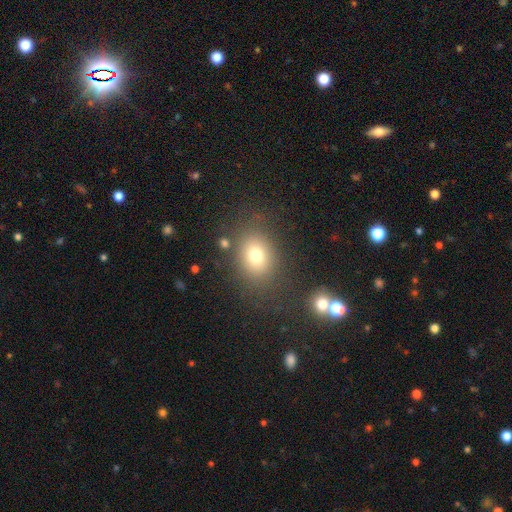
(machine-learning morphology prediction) Overall: smooth (74%). How rounded: in between (56%; round 43%). Merging: none (78%).